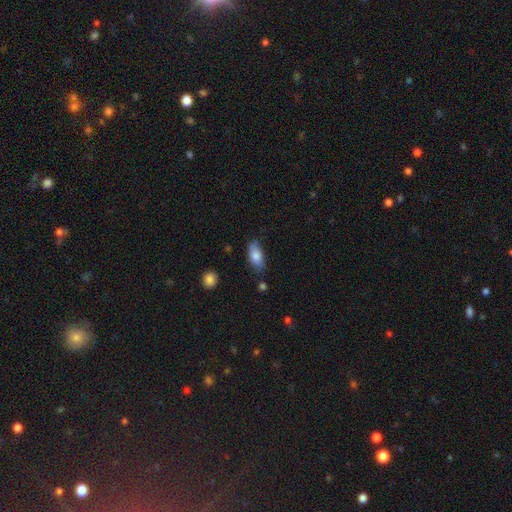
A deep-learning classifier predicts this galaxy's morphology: A smooth galaxy with no disk features (81%) that is in between round and cigar-shaped (90%). Merging: none (71%).